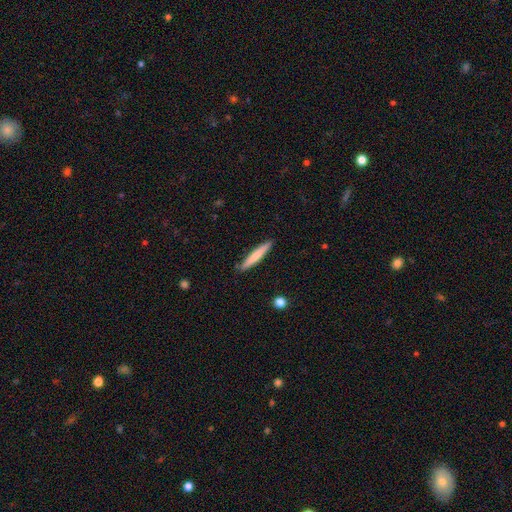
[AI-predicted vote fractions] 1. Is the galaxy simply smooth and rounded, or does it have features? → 68% smooth, 27% featured or disk, 5% star or artifact.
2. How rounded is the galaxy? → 94% cigar-shaped, 5% in between, 1% round.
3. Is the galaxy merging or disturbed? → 89% none, 8% minor disturbance, 1% major disturbance, 1% merger.